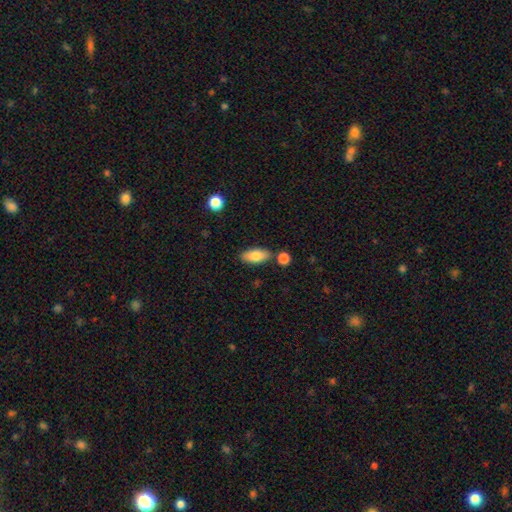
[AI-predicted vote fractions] smooth_or_featured: smooth (p=0.80) [alt: featured or disk p=0.13]
how_rounded: in between (p=0.87) [alt: cigar-shaped p=0.10]
merging: none (p=0.80) [alt: minor disturbance p=0.11]